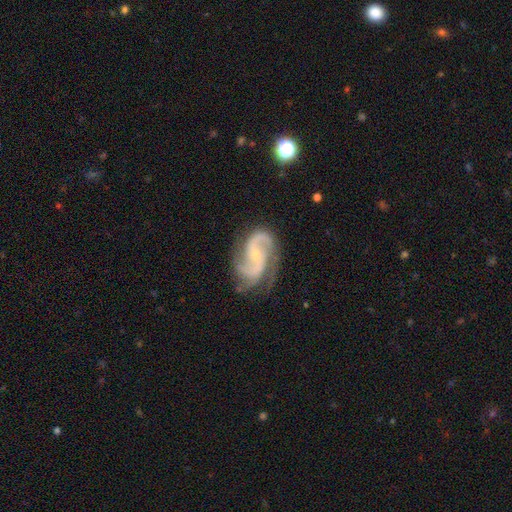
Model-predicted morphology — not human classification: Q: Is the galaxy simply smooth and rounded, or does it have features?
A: featured or disk — 91%.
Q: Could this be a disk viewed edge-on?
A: no — 98%.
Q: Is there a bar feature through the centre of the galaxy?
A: no — 55%.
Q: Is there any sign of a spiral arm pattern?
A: yes — 98%.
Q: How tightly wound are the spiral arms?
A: medium — 55%.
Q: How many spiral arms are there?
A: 2 — 80%.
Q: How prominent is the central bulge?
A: small — 71%.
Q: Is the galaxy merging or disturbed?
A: none — 71%.